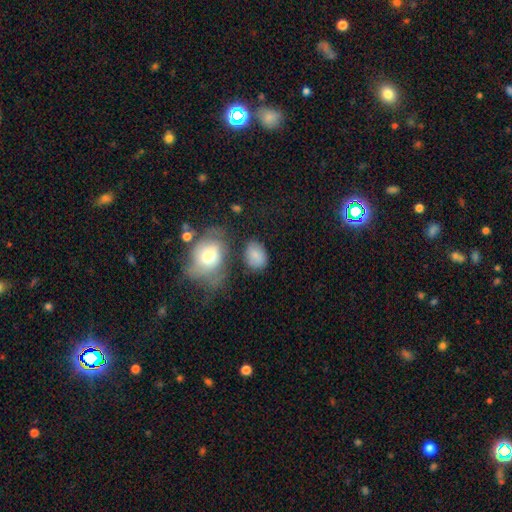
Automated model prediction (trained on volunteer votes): Morphology: type=smooth (81%); roundness=in between (71%); merging=none (65%).